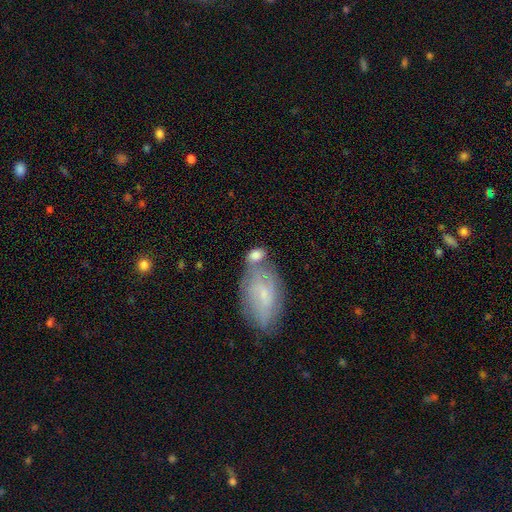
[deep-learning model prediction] Smooth or featured? smooth (67%)
How rounded? in between (80%)
Merging? merger (38%)